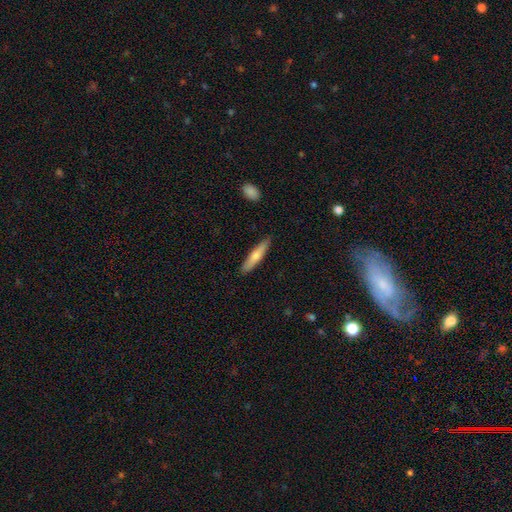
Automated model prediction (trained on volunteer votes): A smooth galaxy with no disk features (67%) that is cigar-shaped (86%).

Vote fractions:
- Smooth or featured? smooth: 67% / featured or disk: 28% / star or artifact: 5%
- How rounded? cigar-shaped: 86% / in between: 13% / round: 2%
- Merging? none: 88% / minor disturbance: 9% / major disturbance: 2% / merger: 1%